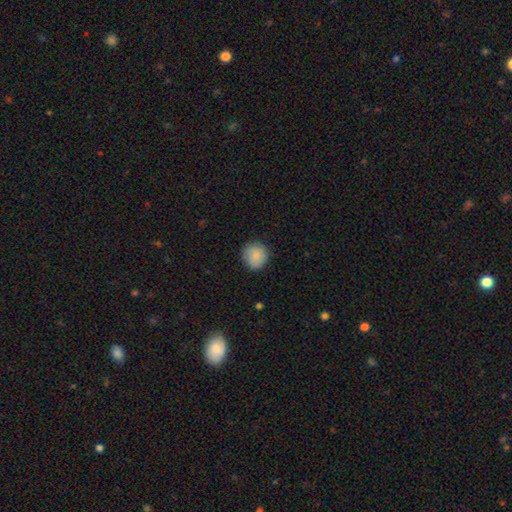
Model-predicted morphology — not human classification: This is clearly a smooth galaxy (87%). How rounded: clearly round (92%). Merging: clearly none (86%).